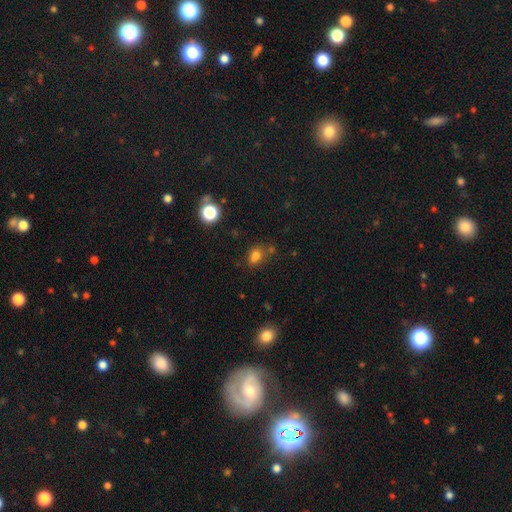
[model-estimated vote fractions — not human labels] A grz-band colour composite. It shows a smooth galaxy with no disk features (74%) that is in between round and cigar-shaped (59%). Merging: none (59%).